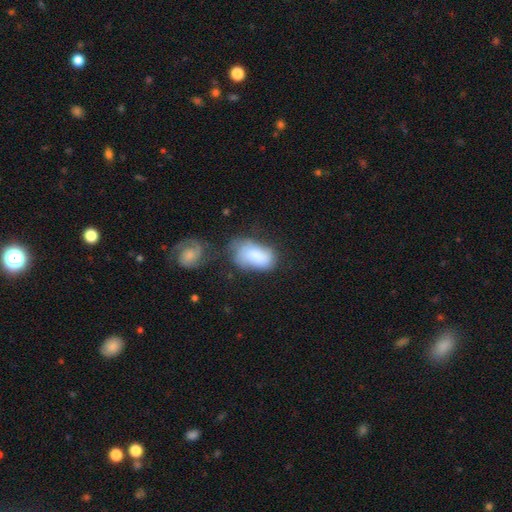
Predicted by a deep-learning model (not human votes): Smooth or featured? smooth (74%)
How rounded? in between (92%)
Merging? none (35%)